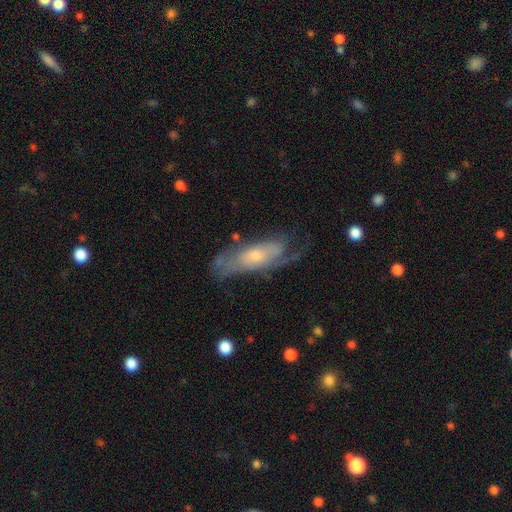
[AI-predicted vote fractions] Smooth or featured?
  - featured or disk: 67% *
  - smooth: 26%
  - star or artifact: 7%
Edge-on disk?
  - no: 77% *
  - yes: 23%
Bar?
  - no: 73% *
  - weak: 22%
  - strong: 5%
Spiral arms?
  - yes: 78% *
  - no: 22%
Bulge size?
  - small: 55% *
  - moderate: 37%
  - large: 4%
  - none: 3%
  - dominant: 1%
Merging?
  - none: 55% *
  - minor disturbance: 24%
  - major disturbance: 18%
  - merger: 2%